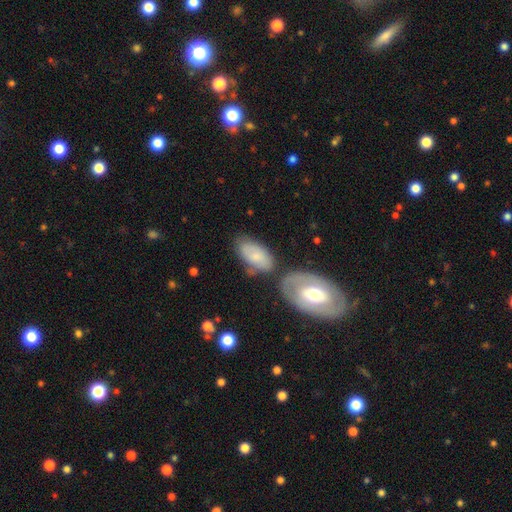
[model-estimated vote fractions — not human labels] Overall: smooth (68%). How rounded: in between (93%). Merging: none (51%; merger 21%).